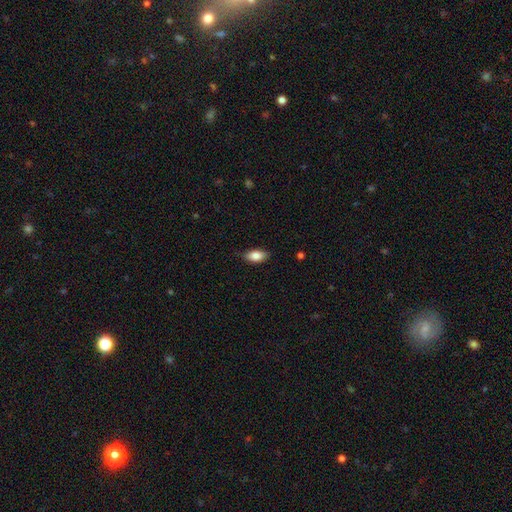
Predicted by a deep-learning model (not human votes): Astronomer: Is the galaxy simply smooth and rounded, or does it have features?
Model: smooth — 82%.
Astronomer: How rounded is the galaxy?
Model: in between — 90%.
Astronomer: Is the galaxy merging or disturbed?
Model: none — 81%.